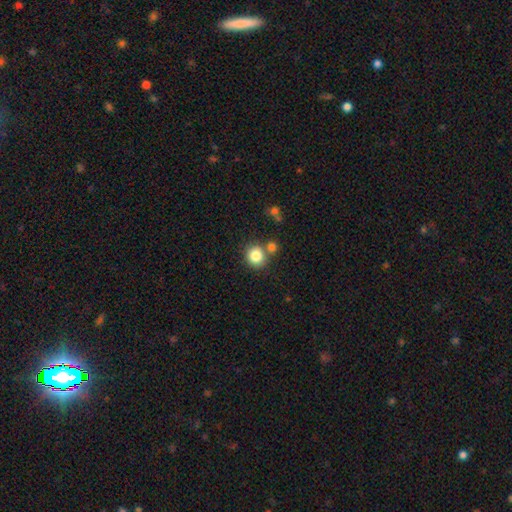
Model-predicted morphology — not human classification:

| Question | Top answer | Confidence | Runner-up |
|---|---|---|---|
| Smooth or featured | smooth | 83% | star or artifact (10%) |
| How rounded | round | 88% | in between (11%) |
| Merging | none | 68% | merger (19%) |